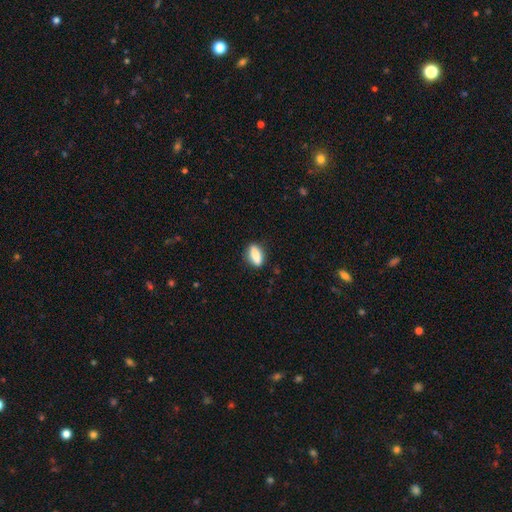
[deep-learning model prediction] A smooth galaxy with no disk features (82%) that is in between round and cigar-shaped (67%).

Vote fractions:
- Smooth or featured? smooth: 82% / featured or disk: 11% / star or artifact: 7%
- How rounded? in between: 67% / cigar-shaped: 27% / round: 6%
- Merging? none: 86% / minor disturbance: 10% / major disturbance: 3% / merger: 1%